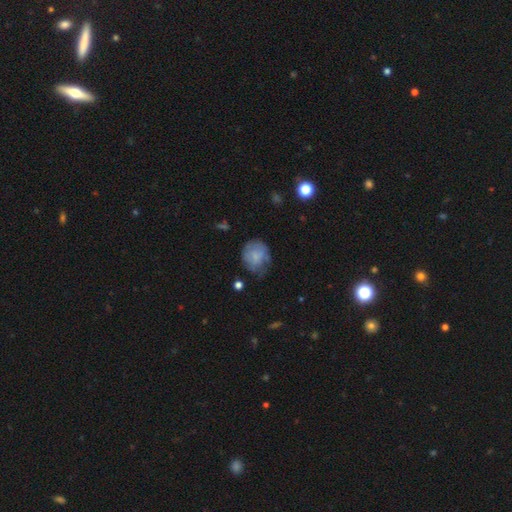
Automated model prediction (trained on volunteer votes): Morphology: type=smooth (67%); roundness=round (65%); merging=none (50%).